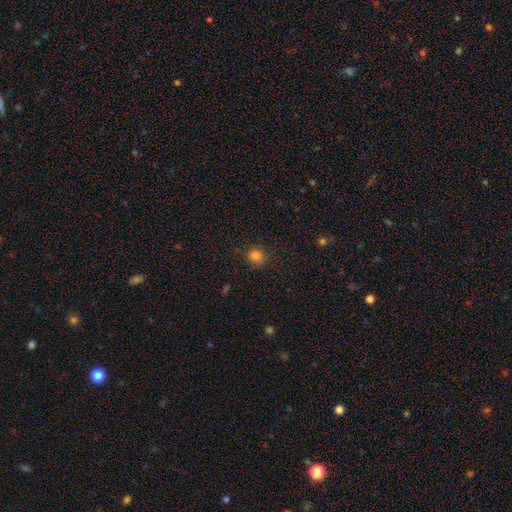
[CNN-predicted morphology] Smooth or featured? Predicted: smooth (p=0.81). How rounded? Predicted: round (p=0.86). Merging? Predicted: none (p=0.83).